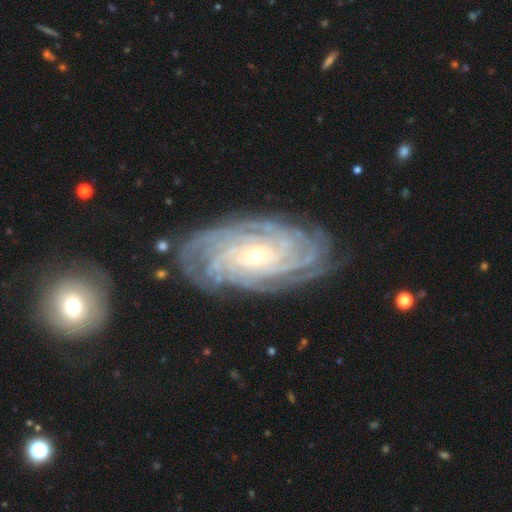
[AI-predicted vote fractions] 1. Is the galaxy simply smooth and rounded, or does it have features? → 91% featured or disk, 5% star or artifact, 4% smooth.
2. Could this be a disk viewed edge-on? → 96% no, 4% yes.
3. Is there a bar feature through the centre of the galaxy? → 67% no, 23% weak, 10% strong.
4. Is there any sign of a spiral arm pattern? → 98% yes, 2% no.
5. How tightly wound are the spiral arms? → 84% tight, 14% medium, 3% loose.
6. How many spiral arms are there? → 34% more than 4, 24% 4, 18% can't tell, 10% 3, 8% 2, 7% 1.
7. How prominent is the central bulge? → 66% small, 31% moderate, 1% large, 1% none, 1% dominant.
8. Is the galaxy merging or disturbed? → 84% none, 11% minor disturbance, 3% major disturbance, 2% merger.